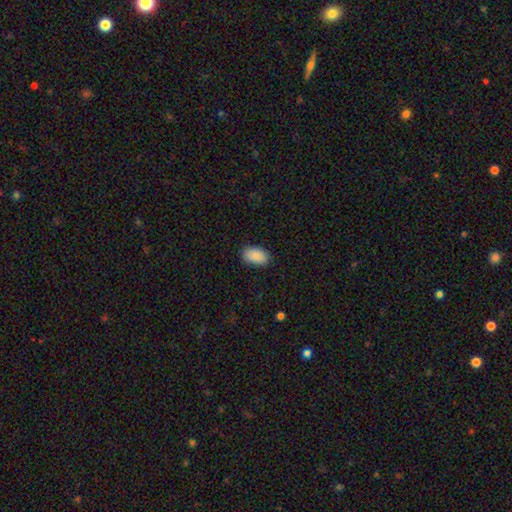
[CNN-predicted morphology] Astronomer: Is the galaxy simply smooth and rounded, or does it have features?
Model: smooth — 90%.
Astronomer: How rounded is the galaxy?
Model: in between — 94%.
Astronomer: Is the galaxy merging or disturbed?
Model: none — 88%.